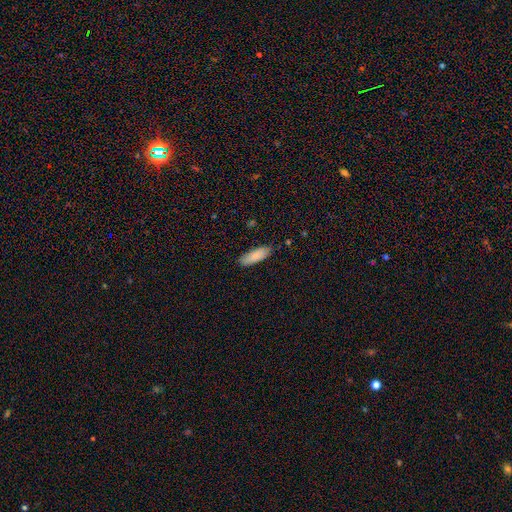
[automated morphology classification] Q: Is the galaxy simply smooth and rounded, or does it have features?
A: smooth — 86%.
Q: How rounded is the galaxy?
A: in between — 59%.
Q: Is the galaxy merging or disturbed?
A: none — 81%.